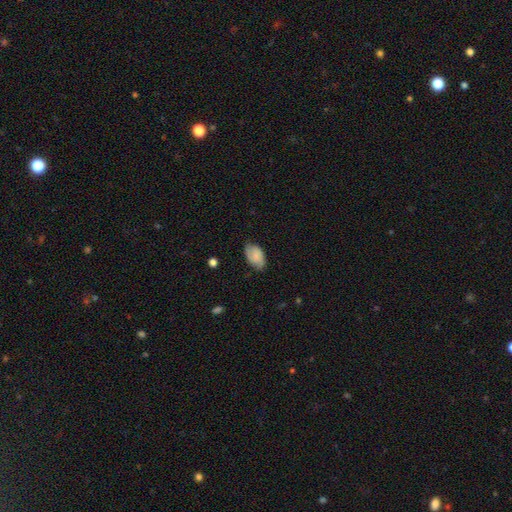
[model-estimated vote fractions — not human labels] Smooth or featured: smooth — 57% (featured or disk — 35%)
How rounded: in between — 92% (round — 6%)
Merging: none — 71% (minor disturbance — 23%)